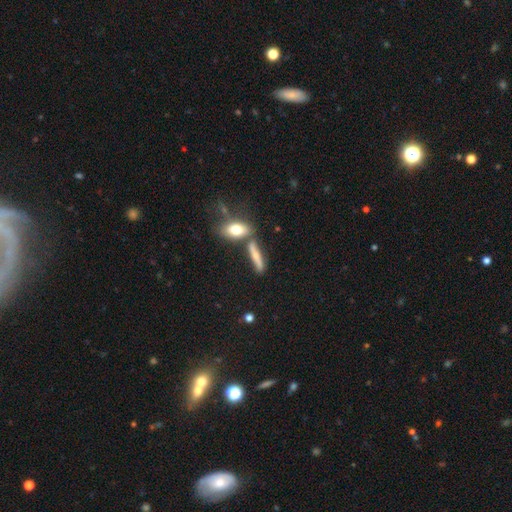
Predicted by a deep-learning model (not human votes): A smooth galaxy with no disk features (61%) that is cigar-shaped (73%).

Vote fractions:
- Smooth or featured? smooth: 61% / featured or disk: 30% / star or artifact: 9%
- How rounded? cigar-shaped: 73% / in between: 22% / round: 5%
- Merging? none: 65% / merger: 17% / minor disturbance: 13% / major disturbance: 5%